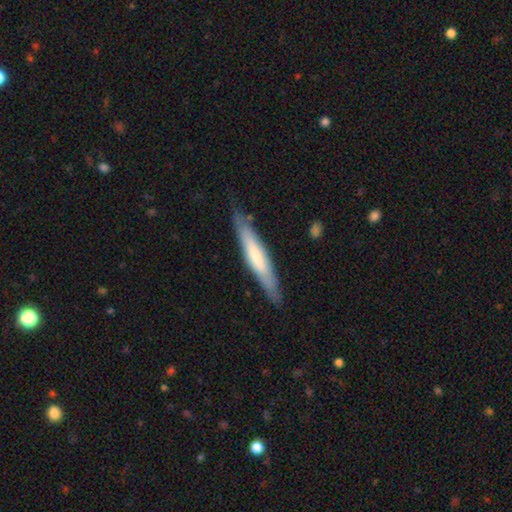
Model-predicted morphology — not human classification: Q: Smooth or featured?
A: smooth (57%); runner-up: featured or disk (38%)
Q: How rounded?
A: cigar-shaped (91%); runner-up: in between (8%)
Q: Merging?
A: none (82%); runner-up: minor disturbance (14%)